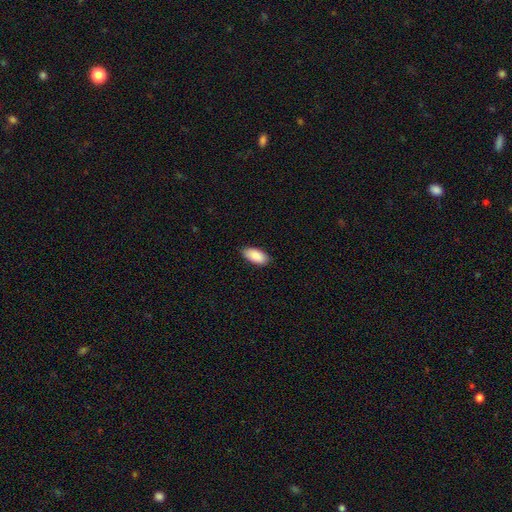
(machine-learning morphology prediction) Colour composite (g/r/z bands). It shows a smooth galaxy with no disk features (90%) that is in between round and cigar-shaped (93%). Merging: none (87%).